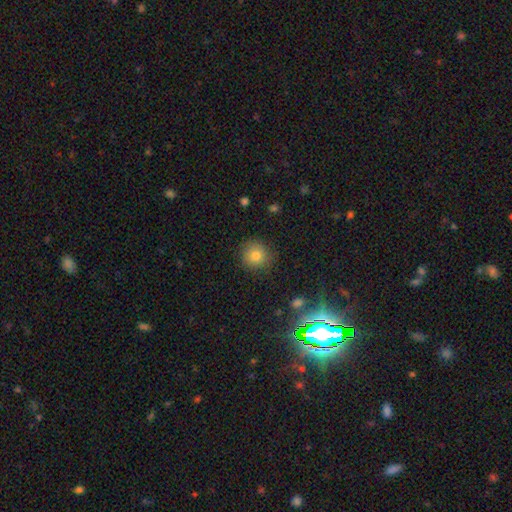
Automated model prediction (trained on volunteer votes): smooth-or-featured: smooth: 80% | star or artifact: 12% | featured or disk: 8%
  how-rounded: round: 92% | in between: 7% | cigar-shaped: 1%
  merging: none: 87% | minor disturbance: 9% | major disturbance: 3% | merger: 1%